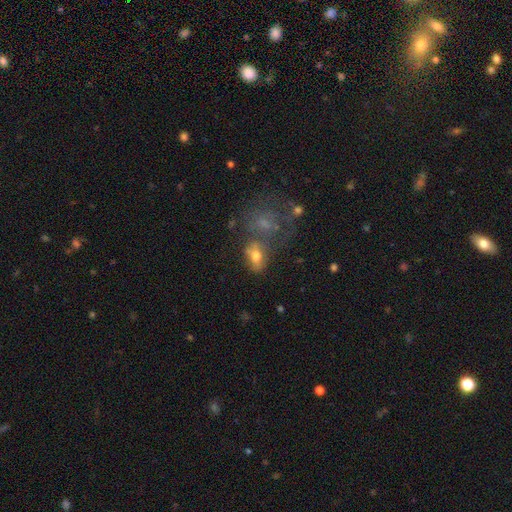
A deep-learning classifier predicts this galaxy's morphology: A smooth galaxy with no disk features (63%) that is in between round and cigar-shaped (80%). Merging: none (40%).